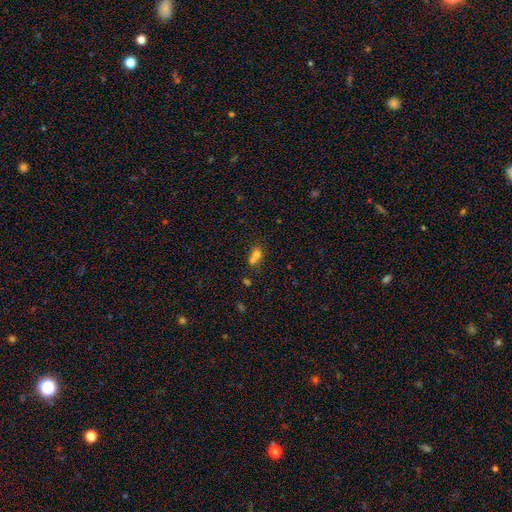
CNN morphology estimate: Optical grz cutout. It shows a smooth galaxy with no disk features (67%) that is round (59%). Merging: merger (63%).